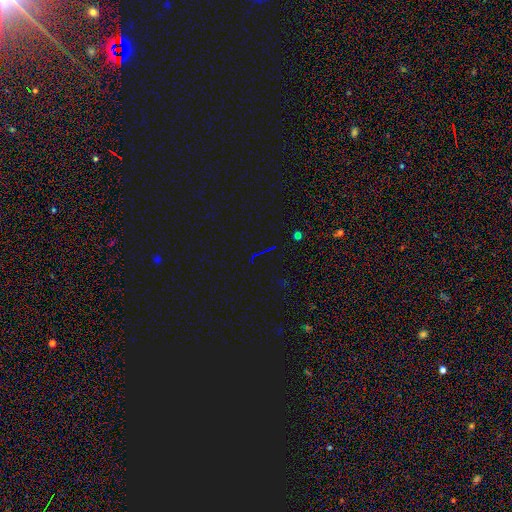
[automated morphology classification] Smooth or featured?
  - star or artifact: 77% *
  - smooth: 12%
  - featured or disk: 11%